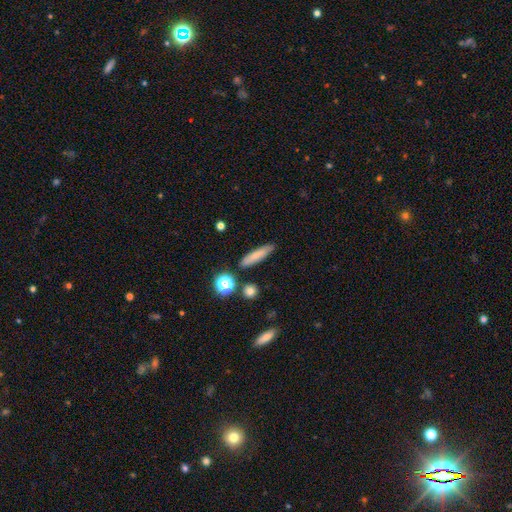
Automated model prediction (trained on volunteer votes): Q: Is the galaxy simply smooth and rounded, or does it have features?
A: smooth — 74%.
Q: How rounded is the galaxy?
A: cigar-shaped — 78%.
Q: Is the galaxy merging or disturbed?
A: none — 84%.